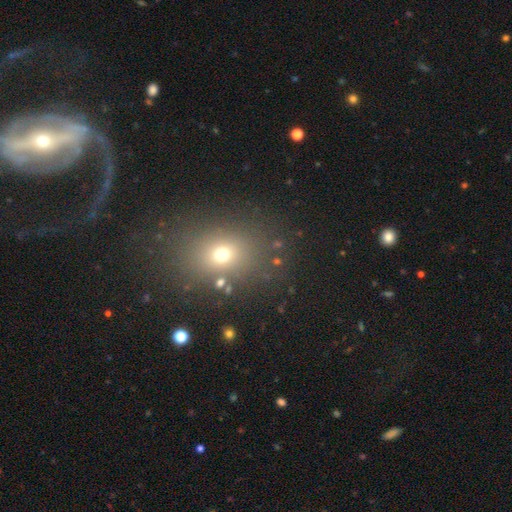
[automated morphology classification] type=featured or disk (41%); merging=none (63%).